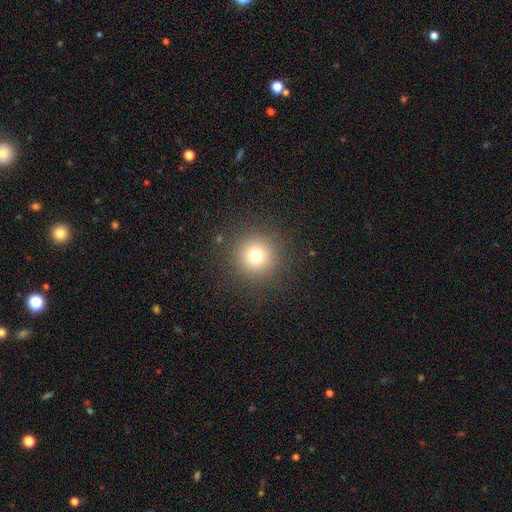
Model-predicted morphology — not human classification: Q: Smooth or featured?
A: smooth (75%); runner-up: star or artifact (16%)
Q: How rounded?
A: round (96%); runner-up: in between (3%)
Q: Merging?
A: none (90%); runner-up: minor disturbance (6%)